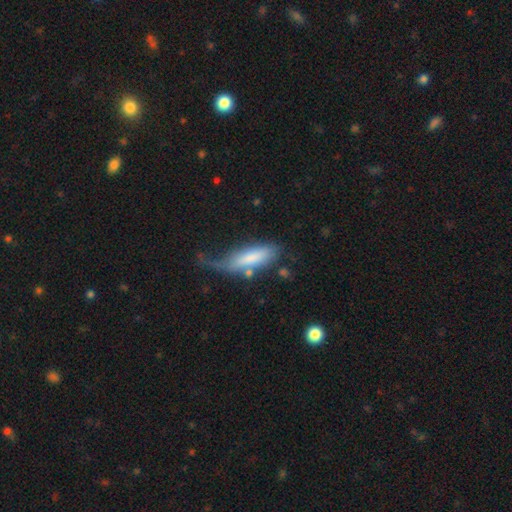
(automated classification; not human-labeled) Morphology: type=smooth (72%); roundness=in between (55%); merging=none (36%).